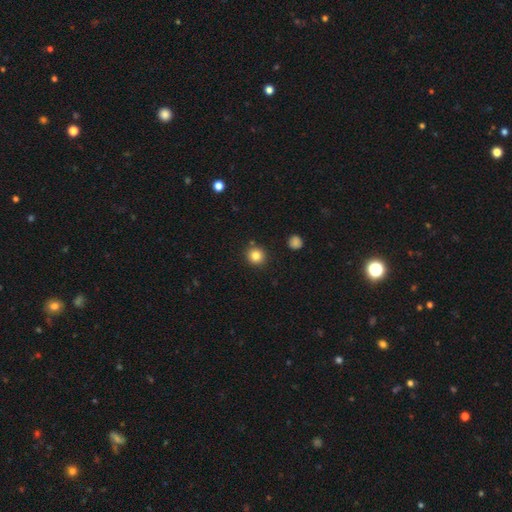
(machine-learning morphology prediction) smooth-or-featured: smooth: 83% | star or artifact: 11% | featured or disk: 6%
  how-rounded: round: 92% | in between: 7% | cigar-shaped: 1%
  merging: none: 87% | minor disturbance: 7% | merger: 4% | major disturbance: 2%